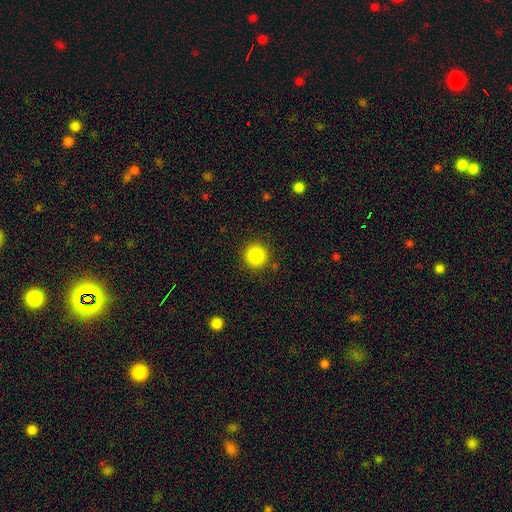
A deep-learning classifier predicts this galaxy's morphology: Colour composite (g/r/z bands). It shows a smooth galaxy with no disk features (87%) that is round (94%). Merging: none (89%).